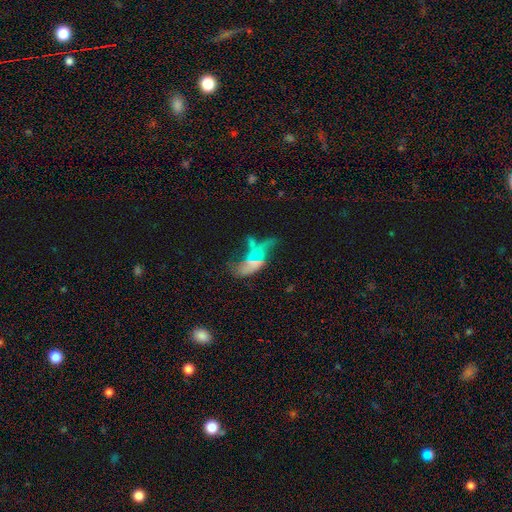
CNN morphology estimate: Smooth or featured: featured or disk — 45% (smooth — 37%)
Merging: major disturbance — 32% (merger — 30%)